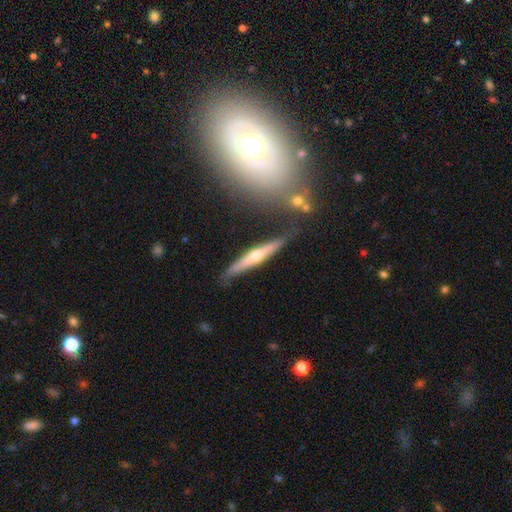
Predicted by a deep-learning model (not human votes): smooth-or-featured: featured or disk: 62% | smooth: 32% | star or artifact: 6%
  disk-edge-on: yes: 94% | no: 6%
    edge-on-bulge: rounded: 83% | none: 13% | boxy: 4%
  merging: none: 81% | minor disturbance: 12% | merger: 4% | major disturbance: 3%